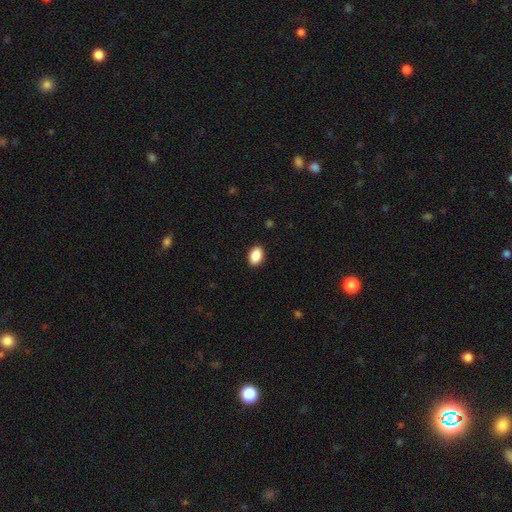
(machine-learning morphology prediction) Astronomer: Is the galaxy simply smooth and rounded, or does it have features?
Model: smooth — 89%.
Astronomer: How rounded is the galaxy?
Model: in between — 89%.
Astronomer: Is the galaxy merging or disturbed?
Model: none — 90%.